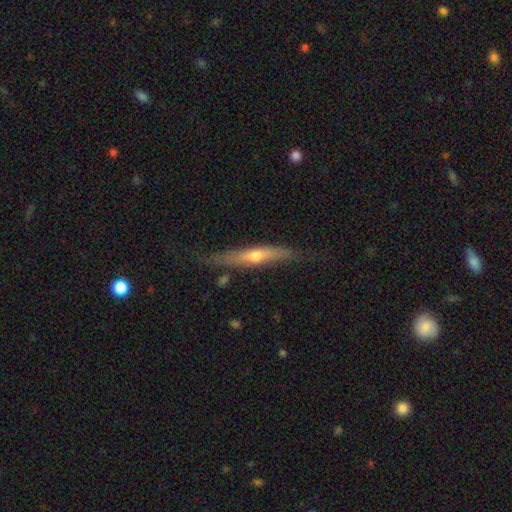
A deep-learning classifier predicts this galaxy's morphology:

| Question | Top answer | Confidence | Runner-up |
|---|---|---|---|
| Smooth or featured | featured or disk | 59% | smooth (35%) |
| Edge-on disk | yes | 91% | no (9%) |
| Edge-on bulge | rounded | 79% | none (17%) |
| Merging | none | 77% | minor disturbance (18%) |